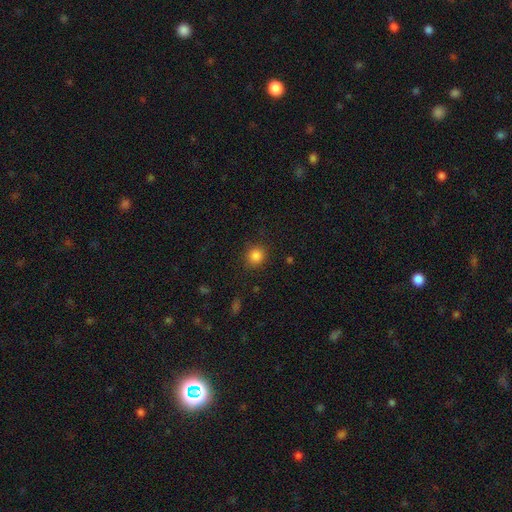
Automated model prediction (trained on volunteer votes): Overall: smooth (85%). How rounded: round (88%). Merging: none (88%).